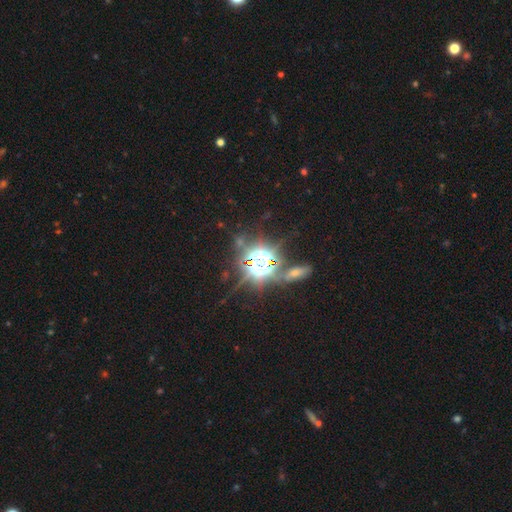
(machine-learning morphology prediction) The model was most divided on "smooth or featured": star or artifact: 84%, smooth: 10%, featured or disk: 6%.